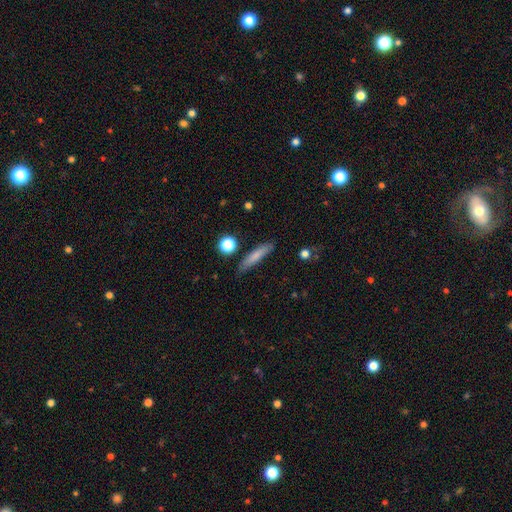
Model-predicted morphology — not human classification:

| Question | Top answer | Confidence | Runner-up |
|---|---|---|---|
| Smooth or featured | smooth | 75% | featured or disk (18%) |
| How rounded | cigar-shaped | 87% | in between (10%) |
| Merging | none | 83% | minor disturbance (13%) |